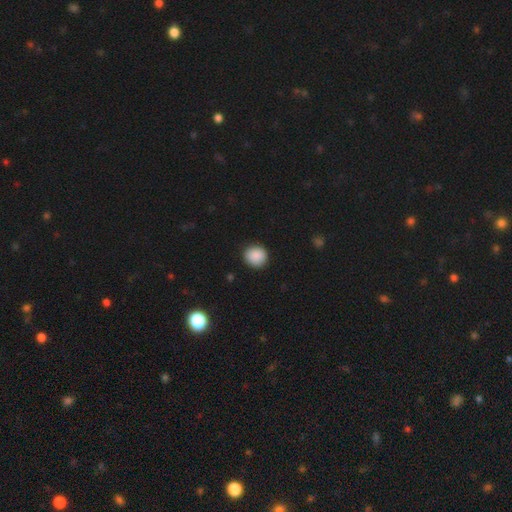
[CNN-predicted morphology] smooth 89%, star or artifact 8%, featured or disk 3%. Down the decision tree: how rounded — round (89%); merging — none (90%).